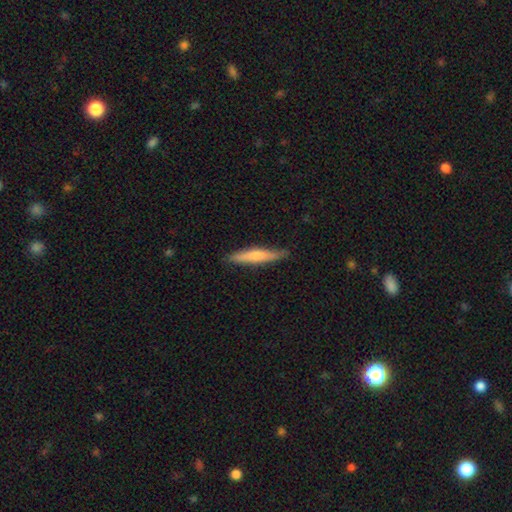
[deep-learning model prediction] smooth_or_featured: smooth (p=0.63) [alt: featured or disk p=0.32]
how_rounded: cigar-shaped (p=0.91) [alt: in between p=0.08]
merging: none (p=0.85) [alt: minor disturbance p=0.12]